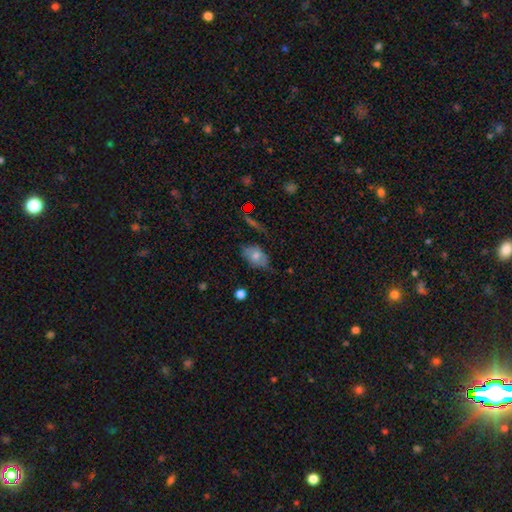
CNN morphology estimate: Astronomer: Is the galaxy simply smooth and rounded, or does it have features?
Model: smooth — 66%.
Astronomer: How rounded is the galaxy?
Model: in between — 83%.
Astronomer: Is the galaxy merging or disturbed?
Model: none — 59%.